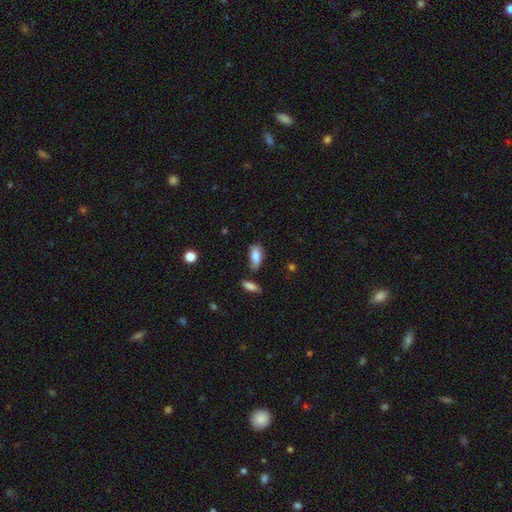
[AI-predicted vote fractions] Smooth or featured: smooth — 79% (featured or disk — 13%)
How rounded: in between — 87% (cigar-shaped — 10%)
Merging: none — 57% (minor disturbance — 27%)